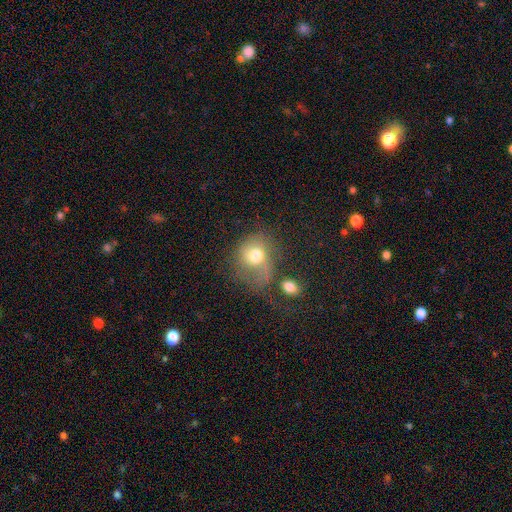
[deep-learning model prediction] Smooth or featured?
  - smooth: 57% *
  - featured or disk: 32%
  - star or artifact: 11%
How rounded?
  - round: 62% *
  - in between: 37%
  - cigar-shaped: 1%
Merging?
  - major disturbance: 35% *
  - none: 29%
  - minor disturbance: 21%
  - merger: 15%